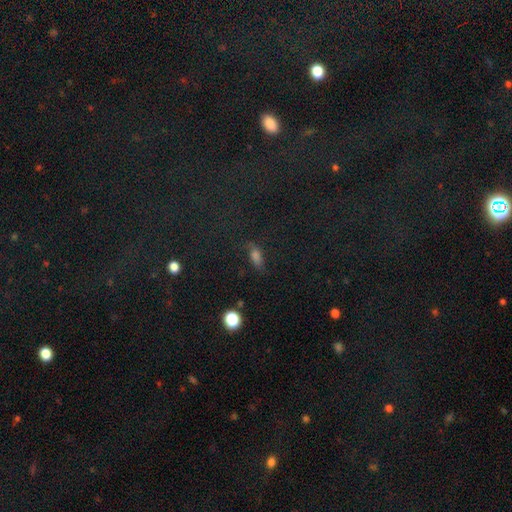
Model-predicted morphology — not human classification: Q: Smooth or featured?
A: smooth (64%); runner-up: star or artifact (21%)
Q: How rounded?
A: in between (71%); runner-up: cigar-shaped (20%)
Q: Merging?
A: none (67%); runner-up: minor disturbance (21%)